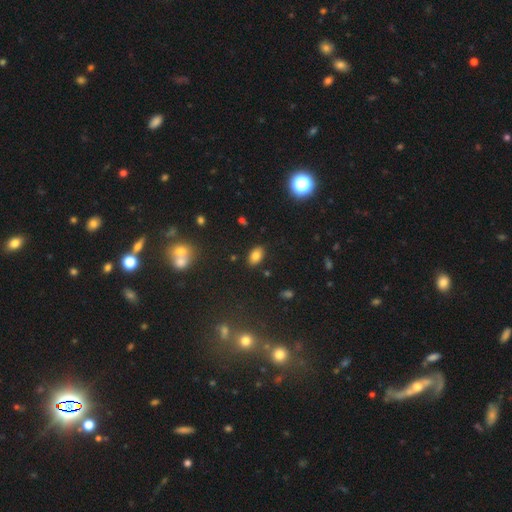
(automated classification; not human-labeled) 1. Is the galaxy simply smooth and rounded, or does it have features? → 77% smooth, 14% star or artifact, 9% featured or disk.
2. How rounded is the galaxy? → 86% in between, 12% round, 2% cigar-shaped.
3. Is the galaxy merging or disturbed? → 85% none, 10% minor disturbance, 3% major disturbance, 2% merger.